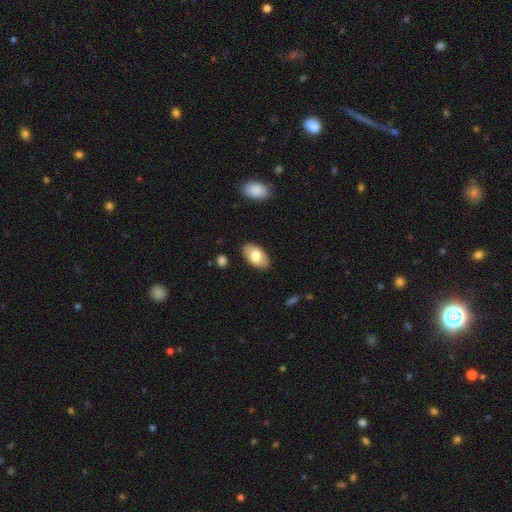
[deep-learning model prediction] smooth_or_featured: smooth (p=0.75) [alt: featured or disk p=0.19]
how_rounded: in between (p=0.95) [alt: round p=0.04]
merging: none (p=0.86) [alt: minor disturbance p=0.10]